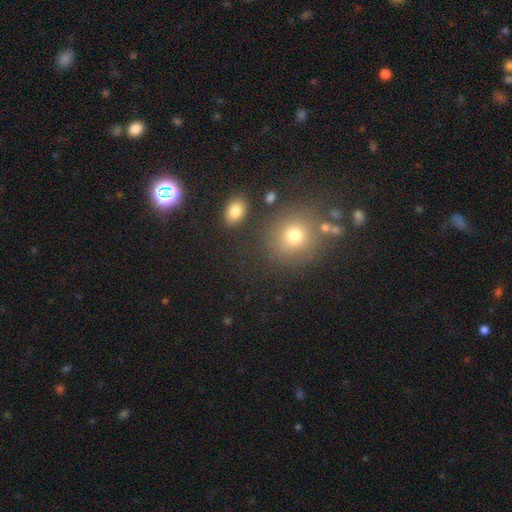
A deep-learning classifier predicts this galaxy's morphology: Smooth or featured?
  - smooth: 56% *
  - star or artifact: 34%
  - featured or disk: 9%
How rounded?
  - round: 85% *
  - in between: 14%
  - cigar-shaped: 1%
Merging?
  - none: 79% *
  - minor disturbance: 9%
  - merger: 8%
  - major disturbance: 4%